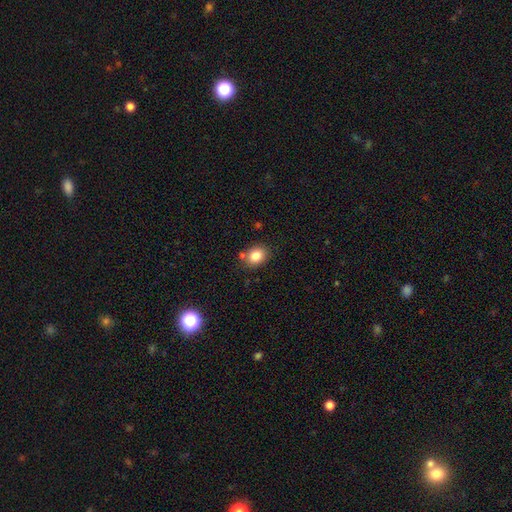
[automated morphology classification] This appears to be a smooth galaxy with no disk features (82%) that is in between round and cigar-shaped (51%). Merging: none (77%).